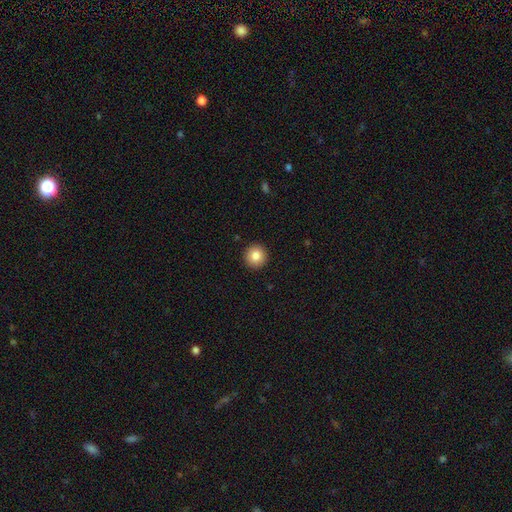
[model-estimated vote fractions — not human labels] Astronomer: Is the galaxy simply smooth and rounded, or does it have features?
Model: smooth — 84%.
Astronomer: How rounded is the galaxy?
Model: round — 95%.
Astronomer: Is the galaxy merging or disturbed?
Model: none — 93%.